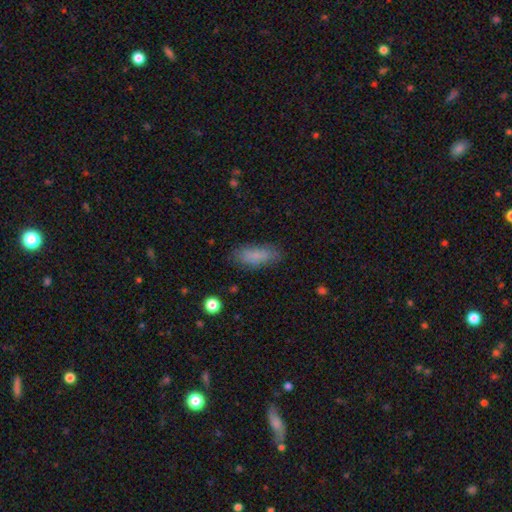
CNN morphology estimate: Smooth or featured?
  - smooth: 82% *
  - featured or disk: 10%
  - star or artifact: 8%
How rounded?
  - in between: 69% *
  - cigar-shaped: 28%
  - round: 2%
Merging?
  - none: 79% *
  - minor disturbance: 16%
  - major disturbance: 4%
  - merger: 1%